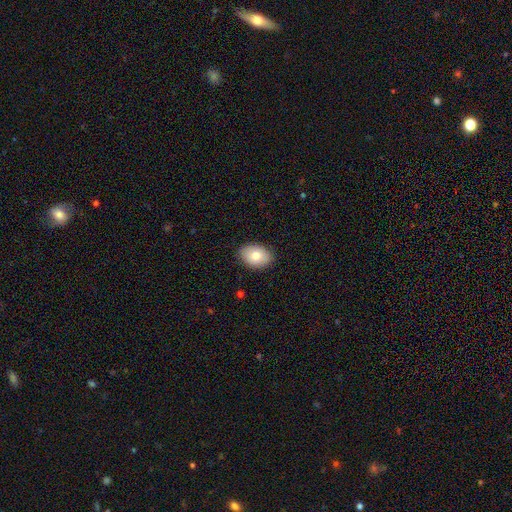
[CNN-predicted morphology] smooth 78%, featured or disk 14%, star or artifact 8%. Down the decision tree: how rounded — in between (80%); merging — none (87%).